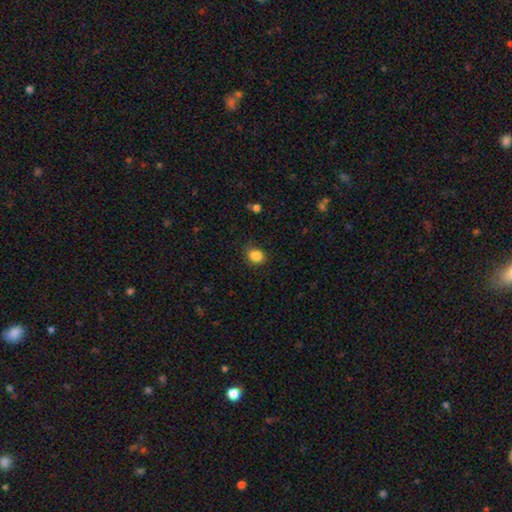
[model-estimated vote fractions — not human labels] This is clearly a smooth galaxy (85%). How rounded: possibly round (54%). Merging: likely none (77%).